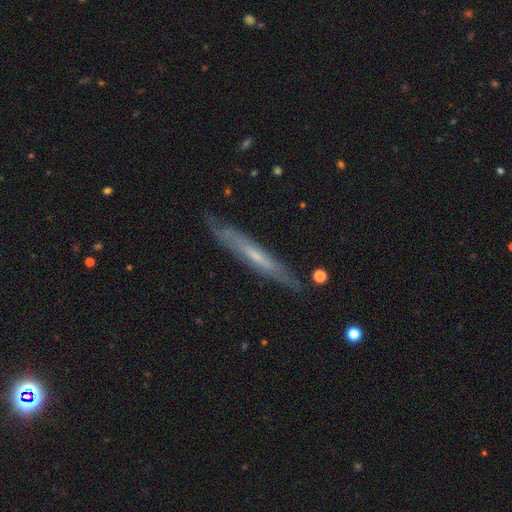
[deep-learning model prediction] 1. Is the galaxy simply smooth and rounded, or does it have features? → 61% featured or disk, 33% smooth, 7% star or artifact.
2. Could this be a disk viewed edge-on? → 83% yes, 17% no.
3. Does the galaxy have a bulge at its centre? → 64% none, 30% rounded, 6% boxy.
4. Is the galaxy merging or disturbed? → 81% none, 15% minor disturbance, 3% major disturbance, 2% merger.